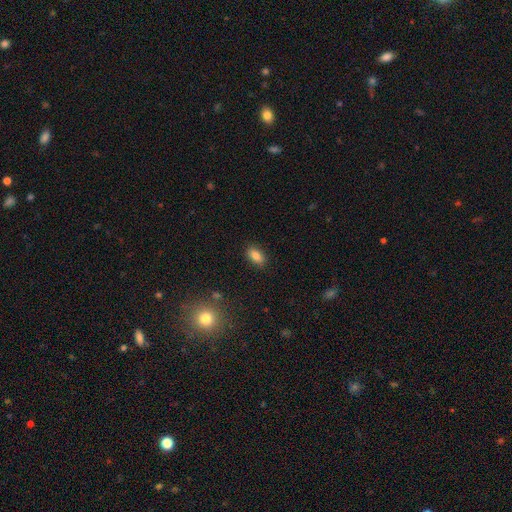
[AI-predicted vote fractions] smooth 82%, star or artifact 10%, featured or disk 8%. Down the decision tree: how rounded — in between (89%); merging — none (87%).